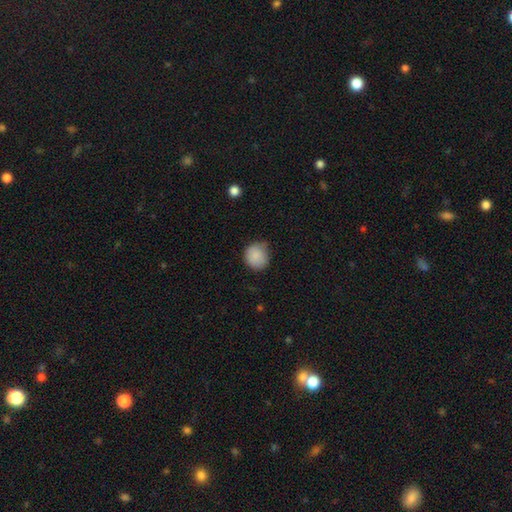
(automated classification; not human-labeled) Q: Smooth or featured?
A: smooth (87%); runner-up: star or artifact (8%)
Q: How rounded?
A: round (84%); runner-up: in between (15%)
Q: Merging?
A: none (63%); runner-up: minor disturbance (31%)